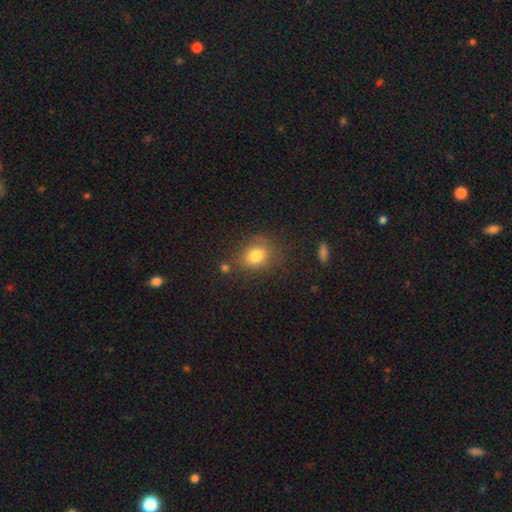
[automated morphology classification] Smooth or featured: smooth — 80% (star or artifact — 11%)
How rounded: round — 56% (in between — 43%)
Merging: none — 71% (minor disturbance — 17%)